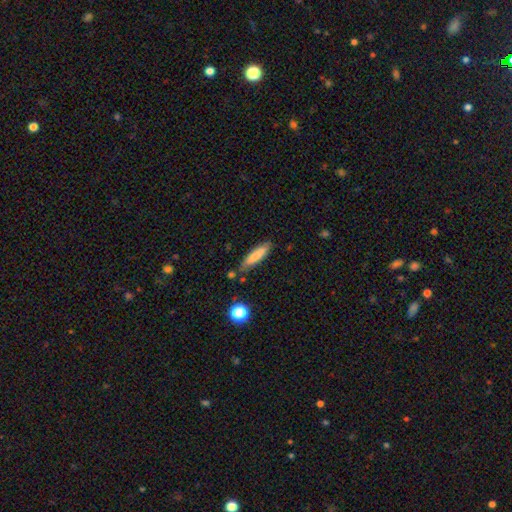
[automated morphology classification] Smooth or featured? smooth (79%)
How rounded? cigar-shaped (80%)
Merging? none (77%)